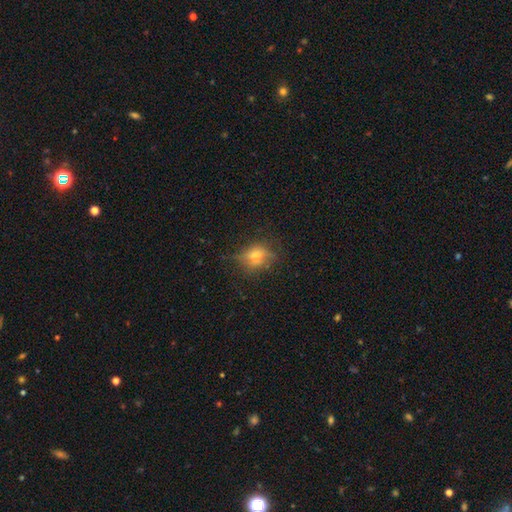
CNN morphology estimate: smooth-or-featured: smooth: 54% | featured or disk: 29% | star or artifact: 18%
  how-rounded: round: 55% | in between: 42% | cigar-shaped: 3%
  merging: none: 67% | minor disturbance: 22% | major disturbance: 10% | merger: 1%